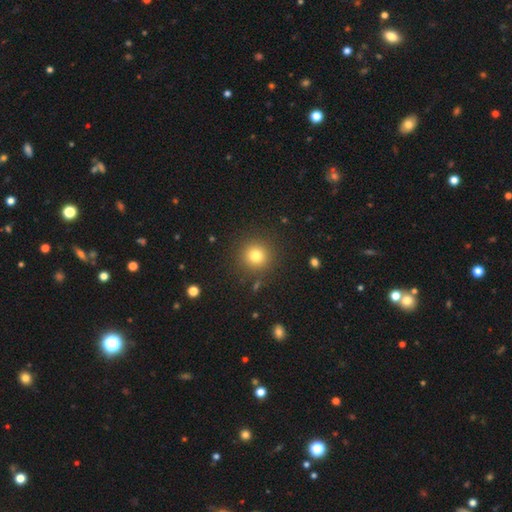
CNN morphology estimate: A smooth galaxy with no disk features (79%) that is round (94%).

Vote fractions:
- Smooth or featured? smooth: 79% / star or artifact: 13% / featured or disk: 8%
- How rounded? round: 94% / in between: 5% / cigar-shaped: 1%
- Merging? none: 89% / minor disturbance: 6% / major disturbance: 3% / merger: 2%